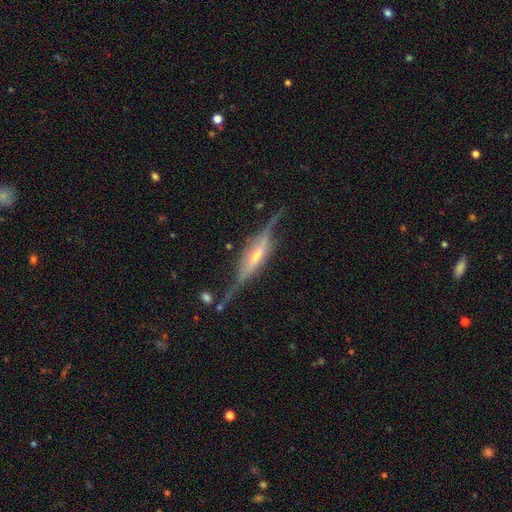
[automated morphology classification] smooth-or-featured: featured or disk: 84% | smooth: 10% | star or artifact: 6%
  disk-edge-on: yes: 89% | no: 11%
    edge-on-bulge: rounded: 73% | boxy: 19% | none: 8%
  merging: none: 63% | minor disturbance: 22% | major disturbance: 11% | merger: 4%